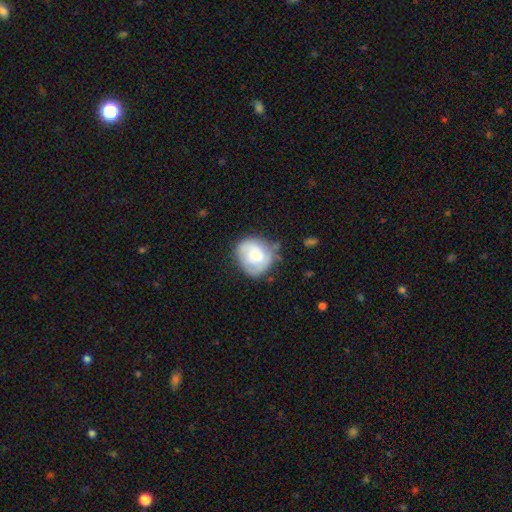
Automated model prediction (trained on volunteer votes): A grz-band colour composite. It shows a smooth galaxy with no disk features (54%) that is round (71%). Merging: none (55%).